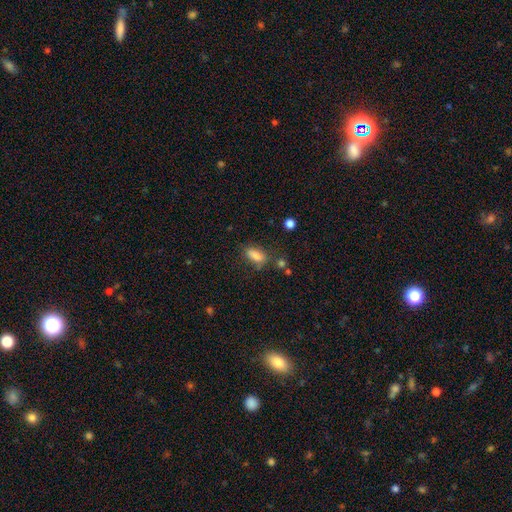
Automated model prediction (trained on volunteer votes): smooth 82%, star or artifact 10%, featured or disk 8%. Down the decision tree: how rounded — in between (76%); merging — none (67%).